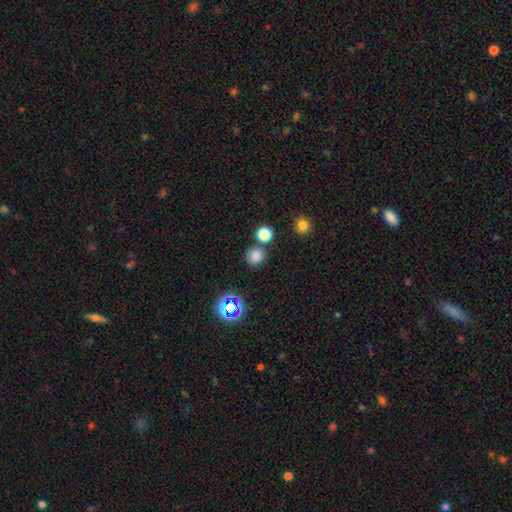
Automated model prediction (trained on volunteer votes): This is likely a smooth galaxy (78%). How rounded: clearly round (87%). Merging: likely none (78%).